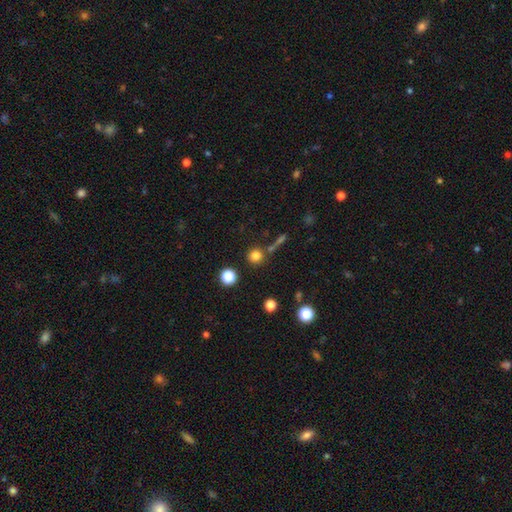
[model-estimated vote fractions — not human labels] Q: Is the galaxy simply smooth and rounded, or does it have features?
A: smooth — 79%.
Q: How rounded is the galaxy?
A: round — 93%.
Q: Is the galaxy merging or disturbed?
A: none — 78%.